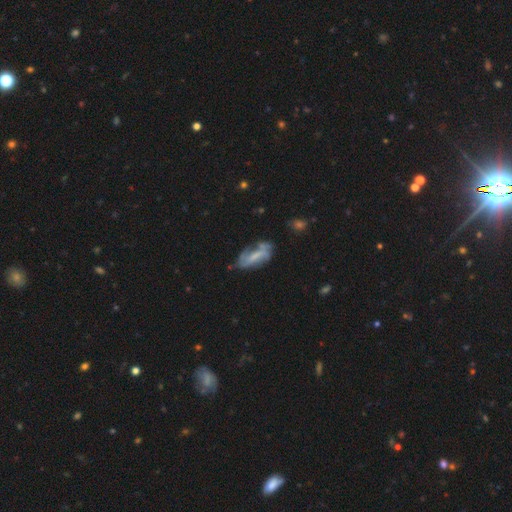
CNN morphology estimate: type=featured or disk (59%); edge-on=no (90%); bar=weak (42%); spiral arms=yes (68%); bulge=small (37%); merging=none (49%).